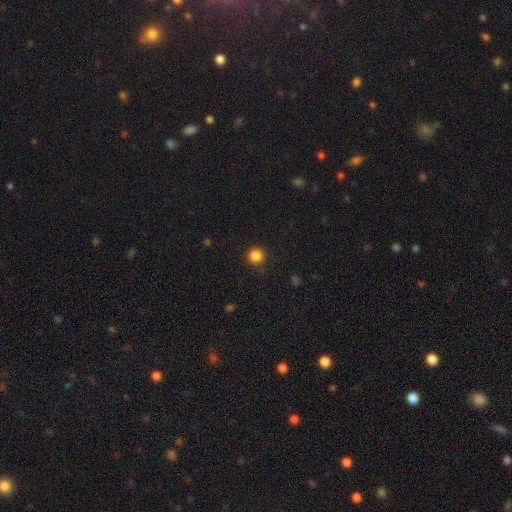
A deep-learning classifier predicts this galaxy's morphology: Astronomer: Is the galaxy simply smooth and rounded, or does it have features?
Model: smooth — 86%.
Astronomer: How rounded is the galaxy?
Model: round — 96%.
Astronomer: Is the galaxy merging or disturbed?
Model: none — 90%.